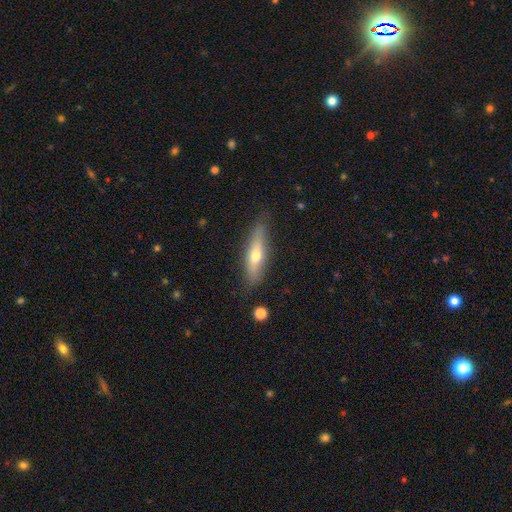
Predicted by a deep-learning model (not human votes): Q: Smooth or featured?
A: smooth (52%); runner-up: featured or disk (42%)
Q: How rounded?
A: cigar-shaped (68%); runner-up: in between (30%)
Q: Merging?
A: none (79%); runner-up: minor disturbance (15%)